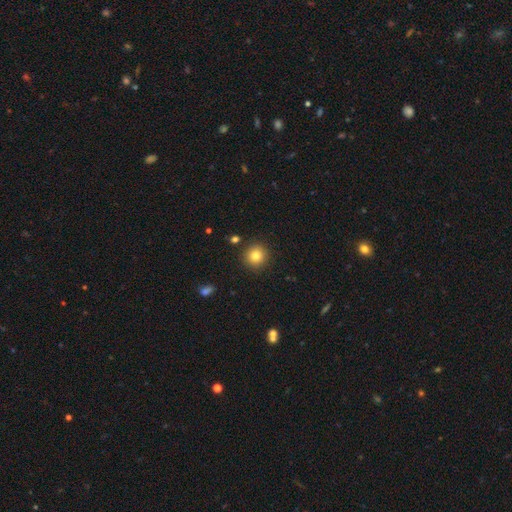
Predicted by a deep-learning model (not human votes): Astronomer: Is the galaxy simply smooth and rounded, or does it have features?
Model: smooth — 82%.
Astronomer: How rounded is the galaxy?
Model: round — 93%.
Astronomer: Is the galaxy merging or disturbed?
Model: none — 90%.